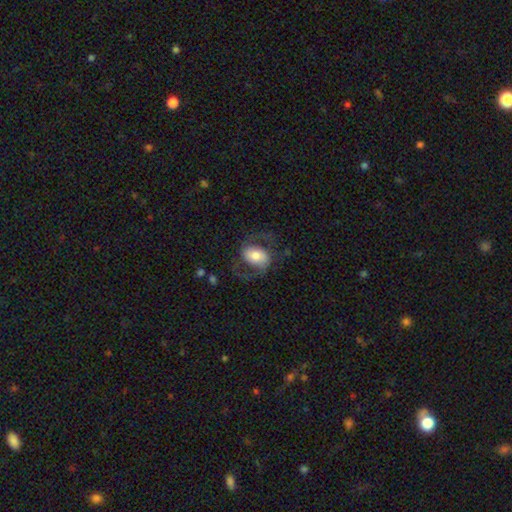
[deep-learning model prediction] featured or disk 53%, smooth 40%, star or artifact 7%. Down the decision tree: edge-on disk — no (96%); bar — no (42%); spiral arms — yes (78%); bulge size — moderate (57%); merging — none (62%).